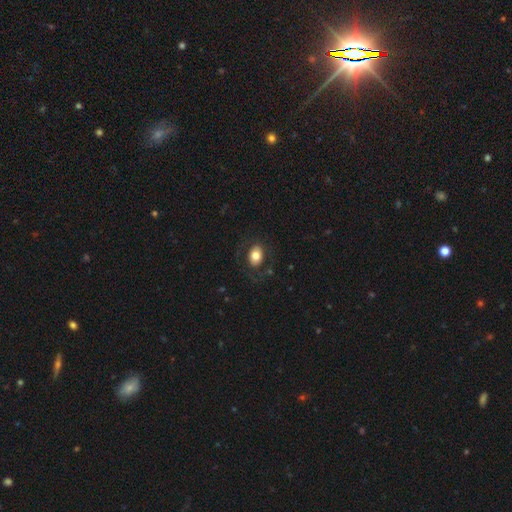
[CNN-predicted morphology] smooth-or-featured: smooth: 74% | featured or disk: 18% | star or artifact: 8%
  how-rounded: in between: 73% | round: 25% | cigar-shaped: 1%
  merging: none: 79% | minor disturbance: 12% | major disturbance: 8% | merger: 1%